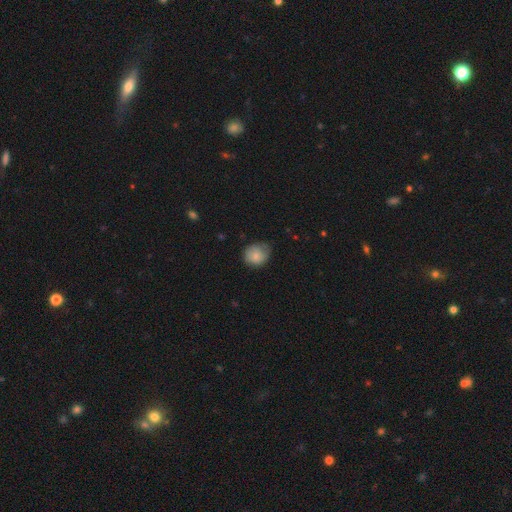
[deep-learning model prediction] Smooth or featured? Predicted: smooth (p=0.77). How rounded? Predicted: round (p=0.74). Merging? Predicted: none (p=0.62).